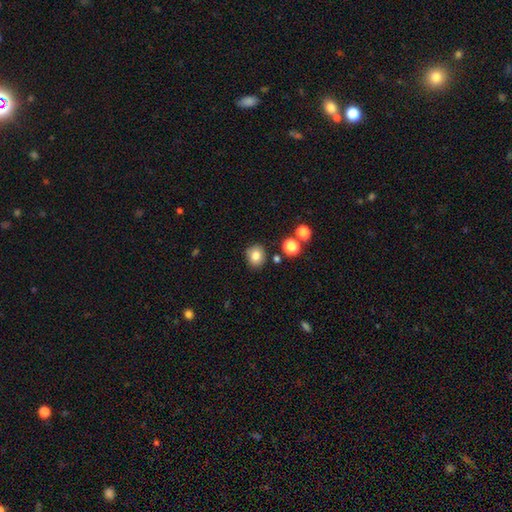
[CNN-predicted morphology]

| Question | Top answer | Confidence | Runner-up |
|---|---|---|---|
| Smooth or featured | smooth | 81% | star or artifact (11%) |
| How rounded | round | 78% | in between (22%) |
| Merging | none | 83% | minor disturbance (10%) |